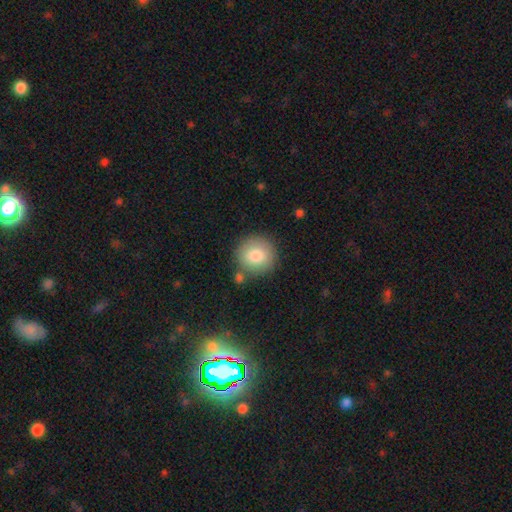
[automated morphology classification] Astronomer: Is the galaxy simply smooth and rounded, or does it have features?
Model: smooth — 83%.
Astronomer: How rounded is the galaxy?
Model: round — 94%.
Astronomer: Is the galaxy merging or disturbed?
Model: none — 77%.